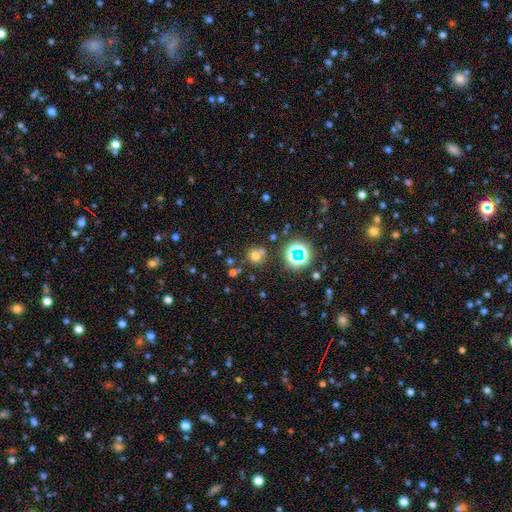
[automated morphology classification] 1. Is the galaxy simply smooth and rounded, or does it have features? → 64% smooth, 26% star or artifact, 10% featured or disk.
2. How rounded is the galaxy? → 89% round, 10% in between, 1% cigar-shaped.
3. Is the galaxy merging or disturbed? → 65% none, 21% merger, 10% minor disturbance, 4% major disturbance.